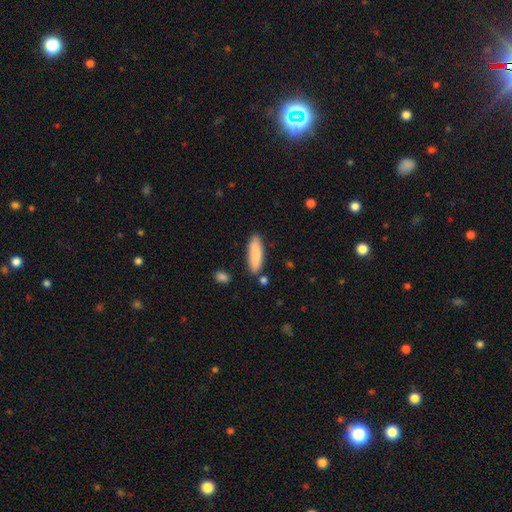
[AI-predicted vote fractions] The model was most divided on "how rounded": cigar-shaped: 55%, in between: 43%, round: 2%. More confident: smooth or featured — smooth (86%); merging — none (82%).